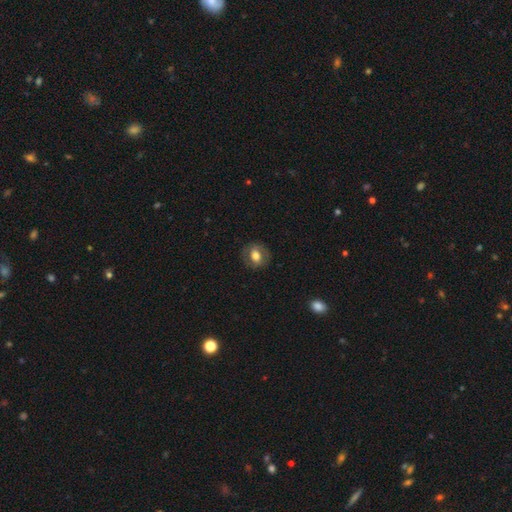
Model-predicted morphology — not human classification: type=smooth (61%); roundness=round (59%); merging=none (83%).